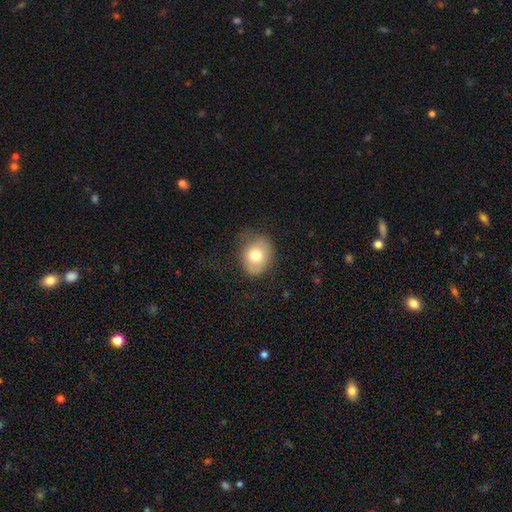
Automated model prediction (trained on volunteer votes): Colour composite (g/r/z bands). It shows a smooth galaxy with no disk features (74%) that is round (53%). Merging: none (67%).